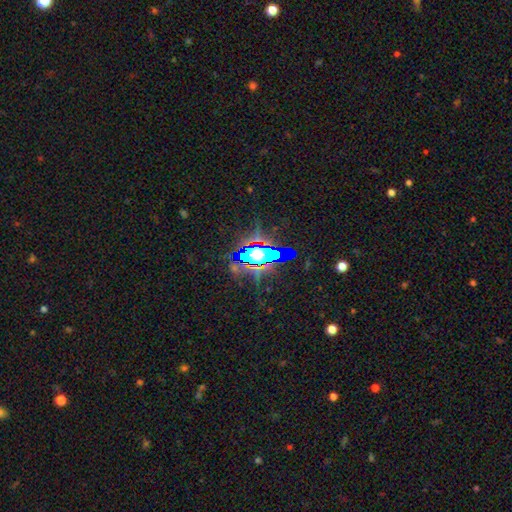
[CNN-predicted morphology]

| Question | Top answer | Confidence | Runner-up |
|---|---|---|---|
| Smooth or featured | star or artifact | 61% | smooth (20%) |